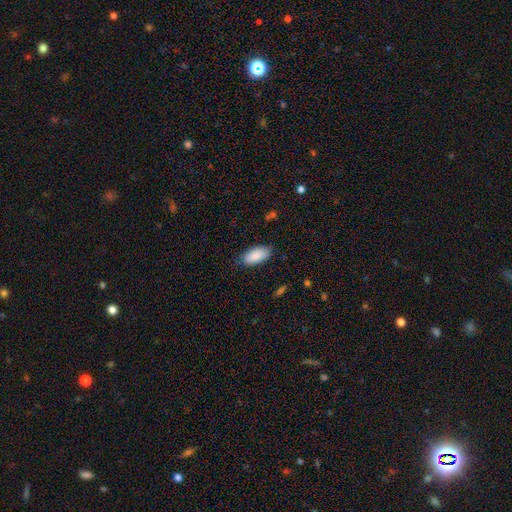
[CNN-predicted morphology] A smooth galaxy with no disk features (88%) that is in between round and cigar-shaped (91%).

Vote fractions:
- Smooth or featured? smooth: 88% / star or artifact: 6% / featured or disk: 6%
- How rounded? in between: 91% / cigar-shaped: 7% / round: 2%
- Merging? none: 82% / minor disturbance: 14% / major disturbance: 3% / merger: 1%